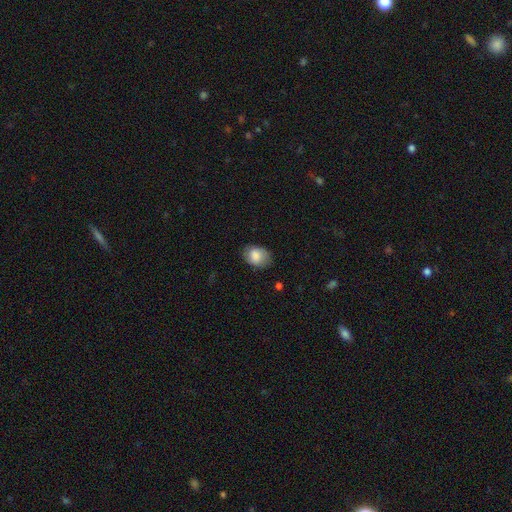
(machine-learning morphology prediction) Smooth or featured?
  - smooth: 84% *
  - featured or disk: 9%
  - star or artifact: 7%
How rounded?
  - in between: 75% *
  - round: 24%
  - cigar-shaped: 1%
Merging?
  - none: 76% *
  - minor disturbance: 19%
  - major disturbance: 4%
  - merger: 1%